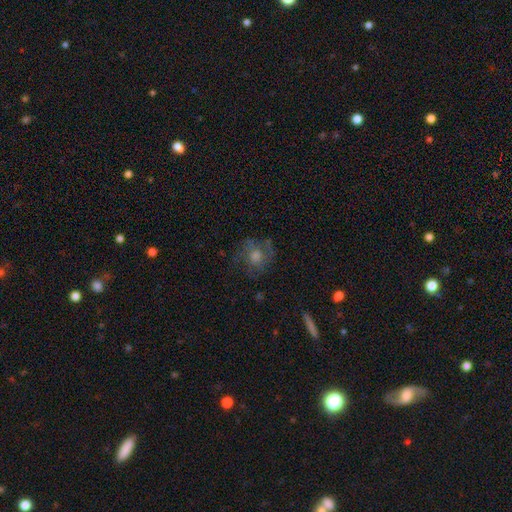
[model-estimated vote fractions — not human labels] Overall: featured or disk (53%; smooth 31%). Edge-on disk: no (96%). Bar: no (78%). Spiral arms: yes (73%). Bulge size: moderate (56%; small 18%). Merging: none (66%).